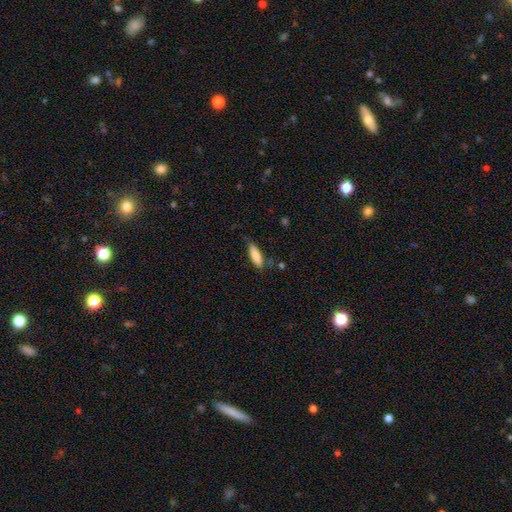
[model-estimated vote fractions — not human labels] Smooth or featured: smooth — 81% (featured or disk — 13%)
How rounded: cigar-shaped — 55% (in between — 44%)
Merging: none — 75% (minor disturbance — 19%)